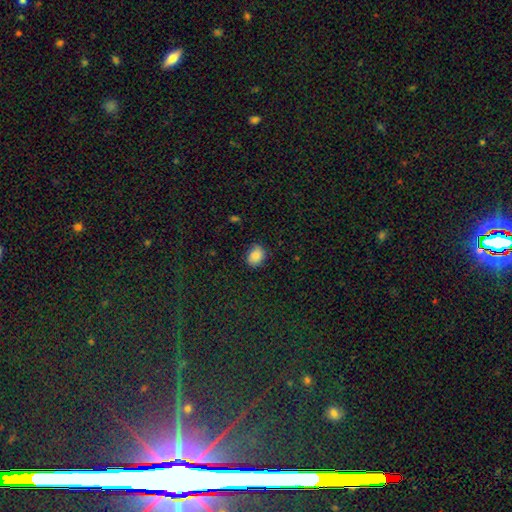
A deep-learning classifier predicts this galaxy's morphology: smooth-or-featured: smooth: 84% | star or artifact: 10% | featured or disk: 6%
  how-rounded: in between: 56% | round: 43% | cigar-shaped: 1%
  merging: none: 77% | minor disturbance: 18% | major disturbance: 3% | merger: 1%